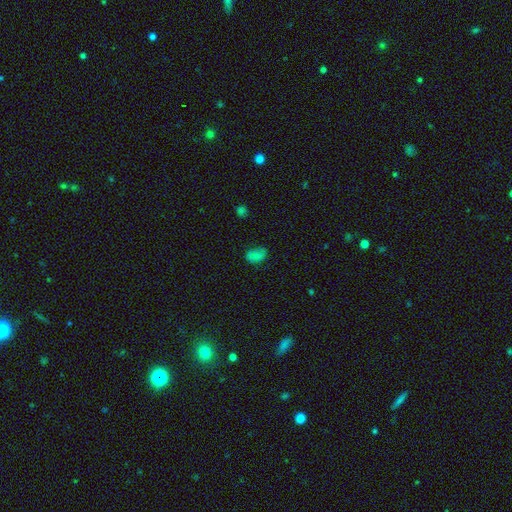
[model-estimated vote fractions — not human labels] A smooth galaxy with no disk features (72%) that is in between round and cigar-shaped (86%).

Vote fractions:
- Smooth or featured? smooth: 72% / star or artifact: 19% / featured or disk: 9%
- How rounded? in between: 86% / round: 13% / cigar-shaped: 2%
- Merging? none: 62% / minor disturbance: 26% / major disturbance: 9% / merger: 3%